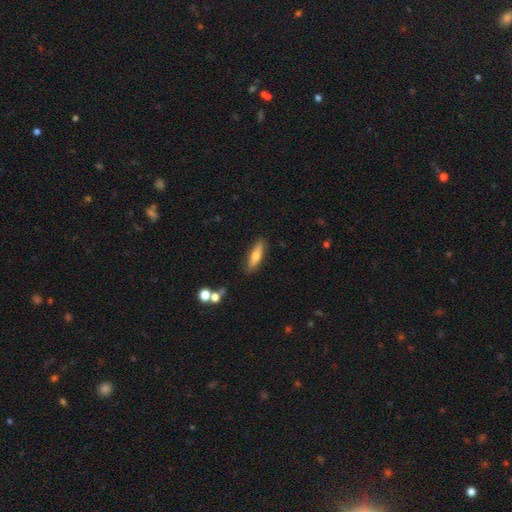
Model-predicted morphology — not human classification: Smooth or featured?
  - smooth: 65% *
  - featured or disk: 28%
  - star or artifact: 7%
How rounded?
  - cigar-shaped: 57% *
  - in between: 41%
  - round: 2%
Merging?
  - none: 86% *
  - minor disturbance: 10%
  - major disturbance: 2%
  - merger: 2%